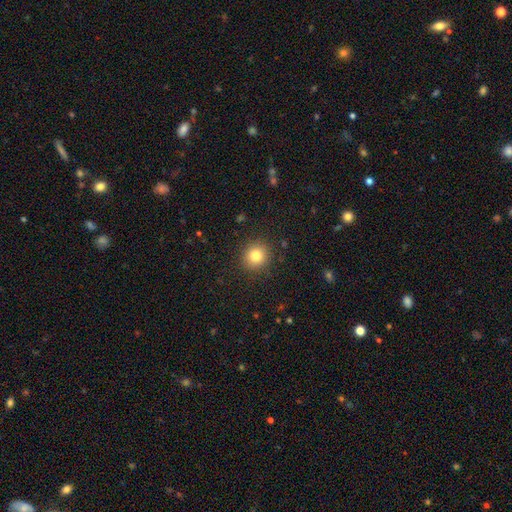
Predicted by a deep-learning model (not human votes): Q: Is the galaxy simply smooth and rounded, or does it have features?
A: smooth — 81%.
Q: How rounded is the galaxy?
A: round — 89%.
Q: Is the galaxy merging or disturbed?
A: none — 90%.